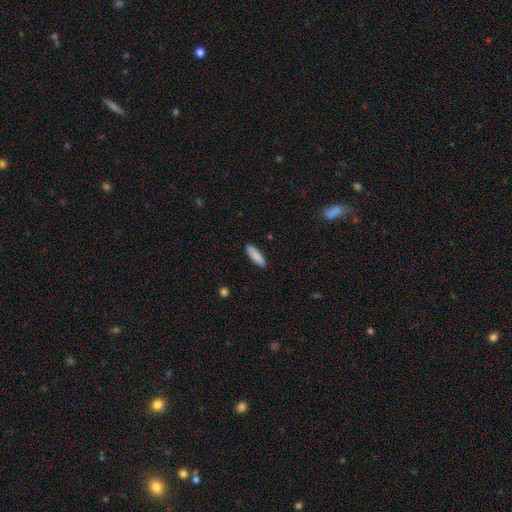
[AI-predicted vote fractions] A smooth galaxy with no disk features (87%) that is cigar-shaped (57%).

Vote fractions:
- Smooth or featured? smooth: 87% / featured or disk: 7% / star or artifact: 6%
- How rounded? cigar-shaped: 57% / in between: 41% / round: 2%
- Merging? none: 90% / minor disturbance: 8% / major disturbance: 2% / merger: 1%